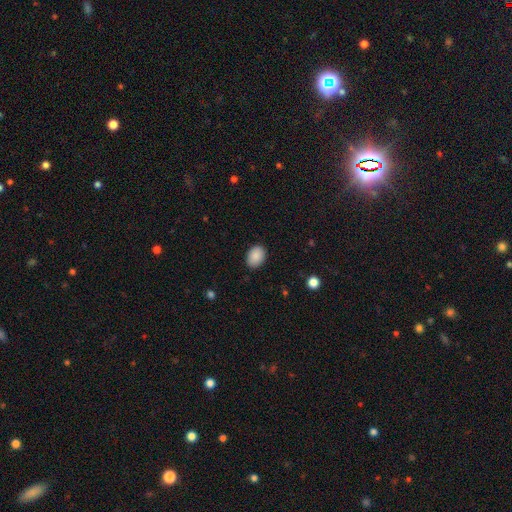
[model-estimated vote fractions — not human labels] Smooth or featured?
  - smooth: 90% *
  - star or artifact: 7%
  - featured or disk: 3%
How rounded?
  - in between: 76% *
  - round: 23%
  - cigar-shaped: 1%
Merging?
  - none: 87% *
  - minor disturbance: 10%
  - major disturbance: 2%
  - merger: 1%